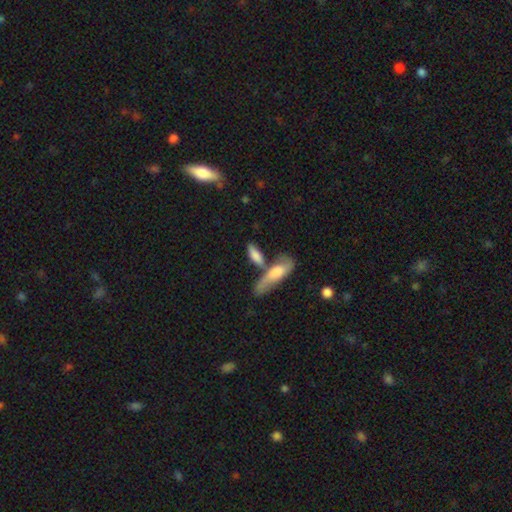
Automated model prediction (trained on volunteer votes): Smooth or featured: smooth — 72% (featured or disk — 22%)
How rounded: in between — 58% (cigar-shaped — 39%)
Merging: merger — 41% (none — 38%)